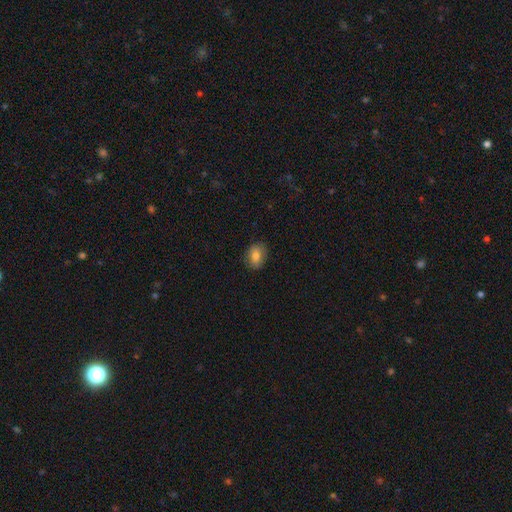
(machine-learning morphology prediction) Smooth or featured: smooth — 79% (featured or disk — 12%)
How rounded: in between — 65% (round — 34%)
Merging: none — 83% (minor disturbance — 13%)